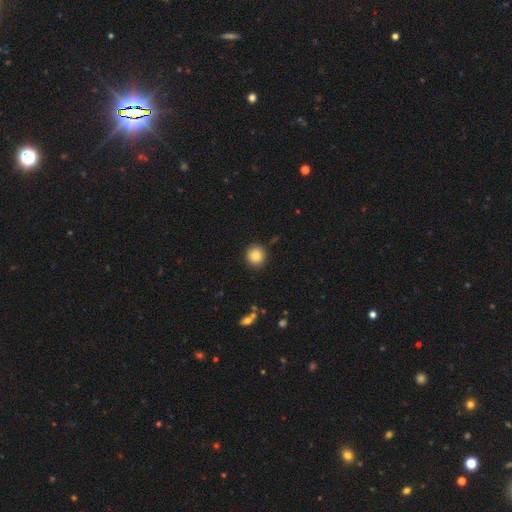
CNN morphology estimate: A smooth galaxy with no disk features (86%) that is round (93%). Merging: none (89%).